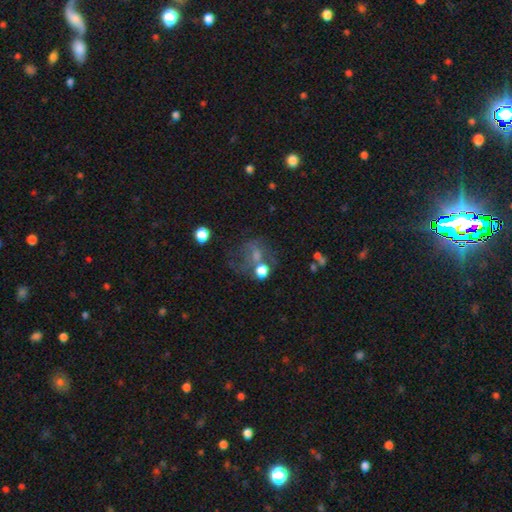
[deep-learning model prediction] smooth-or-featured: smooth: 42% | featured or disk: 35% | star or artifact: 23%
  merging: none: 37% | major disturbance: 29% | minor disturbance: 18% | merger: 17%